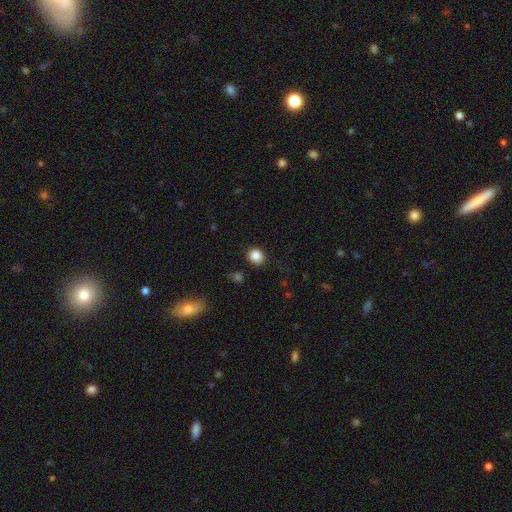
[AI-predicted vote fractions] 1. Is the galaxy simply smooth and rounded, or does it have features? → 85% smooth, 10% star or artifact, 5% featured or disk.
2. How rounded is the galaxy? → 72% round, 27% in between, 1% cigar-shaped.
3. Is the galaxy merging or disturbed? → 84% none, 11% minor disturbance, 3% major disturbance, 2% merger.